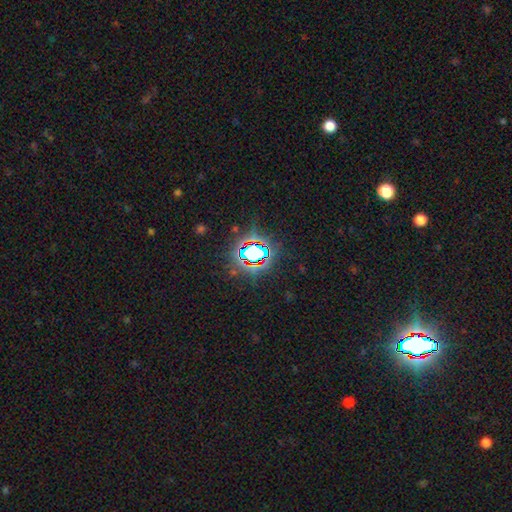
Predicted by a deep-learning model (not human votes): A star or artifact, not a galaxy (77%).

Vote fractions:
- Smooth or featured? star or artifact: 77% / smooth: 14% / featured or disk: 9%